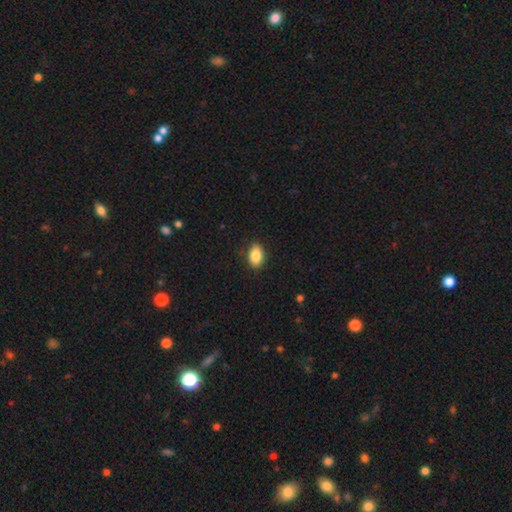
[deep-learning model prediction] Smooth or featured: smooth — 86% (star or artifact — 8%)
How rounded: in between — 89% (round — 9%)
Merging: none — 88% (minor disturbance — 9%)